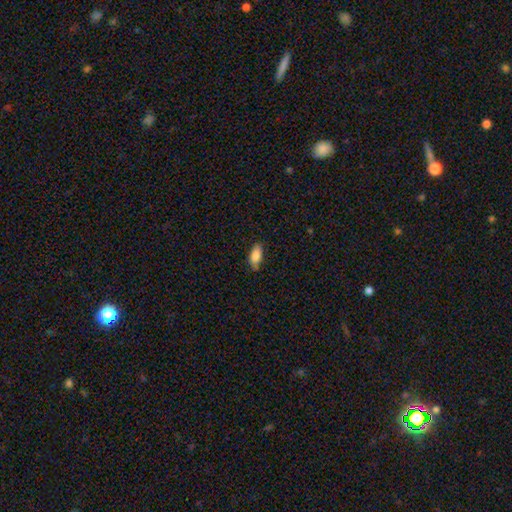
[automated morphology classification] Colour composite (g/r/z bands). It shows a smooth galaxy with no disk features (87%) that is in between round and cigar-shaped (87%). Merging: none (77%).